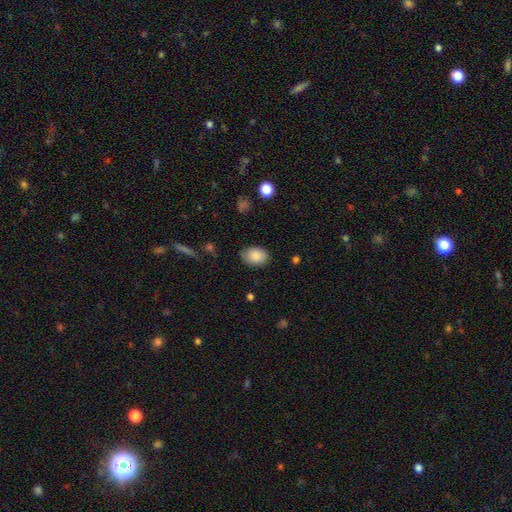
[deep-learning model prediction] Overall: smooth (87%). How rounded: in between (76%). Merging: none (82%).